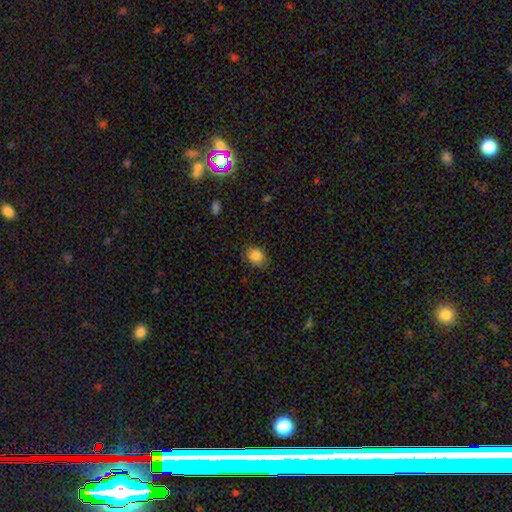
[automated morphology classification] Smooth or featured? smooth (85%)
How rounded? in between (59%)
Merging? none (80%)